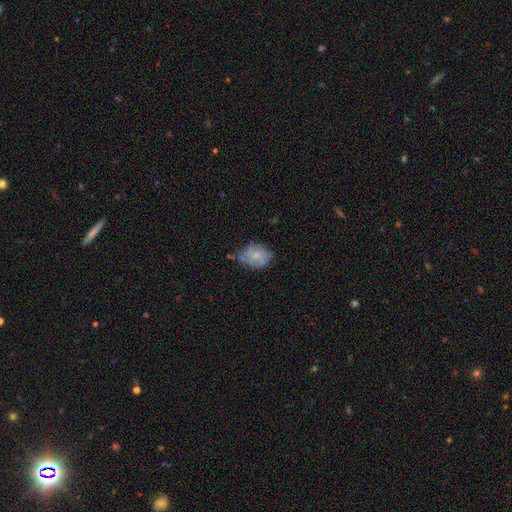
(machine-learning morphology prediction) Overall: smooth (64%; featured or disk 28%). How rounded: in between (59%; round 40%). Merging: none (50%; minor disturbance 34%).